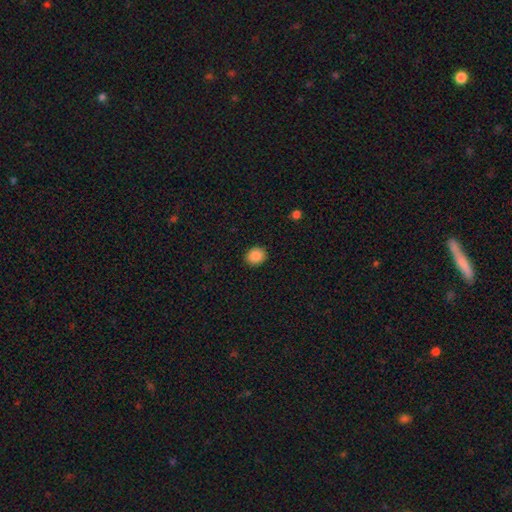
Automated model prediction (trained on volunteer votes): A smooth galaxy with no disk features (89%) that is round (66%).

Vote fractions:
- Smooth or featured? smooth: 89% / star or artifact: 9% / featured or disk: 3%
- How rounded? round: 66% / in between: 33% / cigar-shaped: 1%
- Merging? none: 90% / minor disturbance: 7% / major disturbance: 2% / merger: 1%